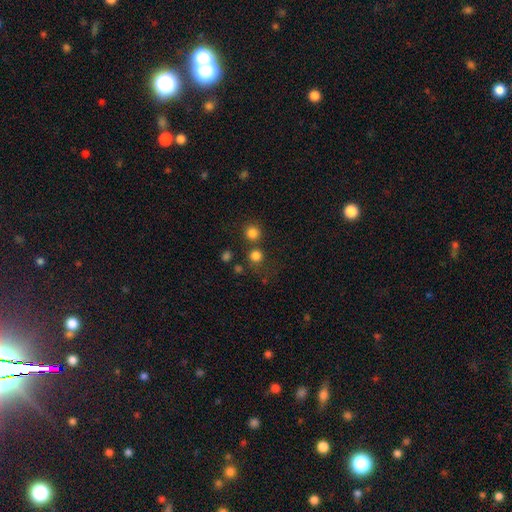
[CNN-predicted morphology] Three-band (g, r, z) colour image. It shows a smooth galaxy with no disk features (78%) that is round (91%). Merging: none (68%).